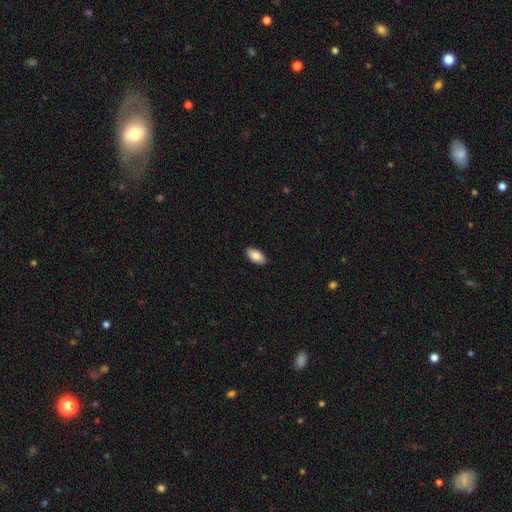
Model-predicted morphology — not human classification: type=smooth (88%); roundness=in between (94%); merging=none (88%).